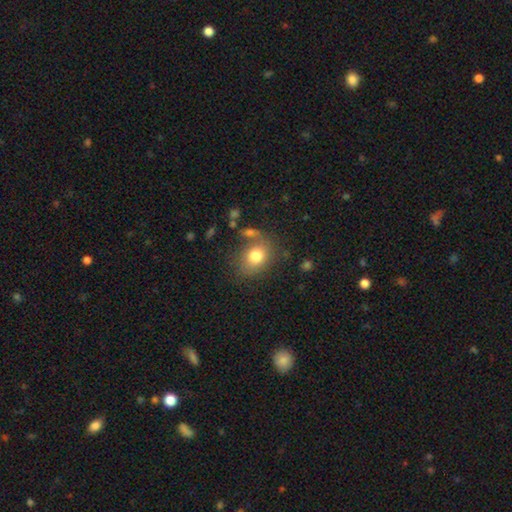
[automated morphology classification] This appears to be a smooth galaxy with no disk features (78%) that is in between round and cigar-shaped (52%). Merging: none (61%).